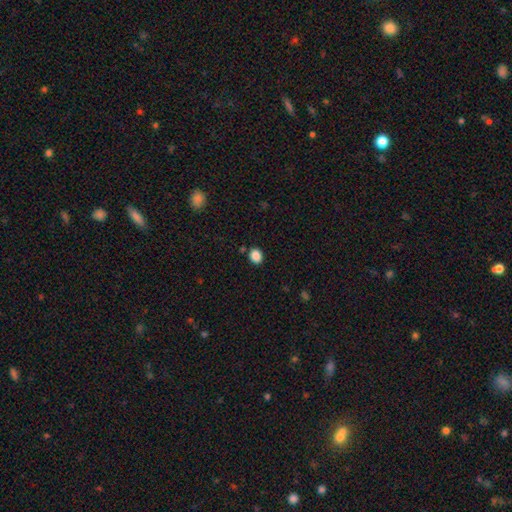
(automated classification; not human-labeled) A smooth galaxy with no disk features (87%) that is round (56%). Merging: none (85%).